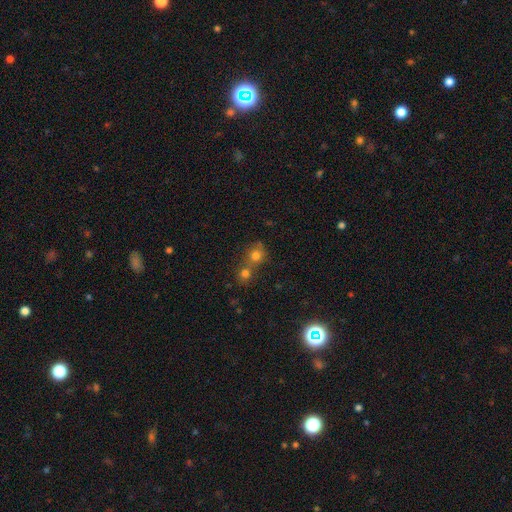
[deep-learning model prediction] Q: Smooth or featured?
A: smooth (75%); runner-up: star or artifact (14%)
Q: How rounded?
A: round (80%); runner-up: in between (19%)
Q: Merging?
A: merger (55%); runner-up: none (35%)